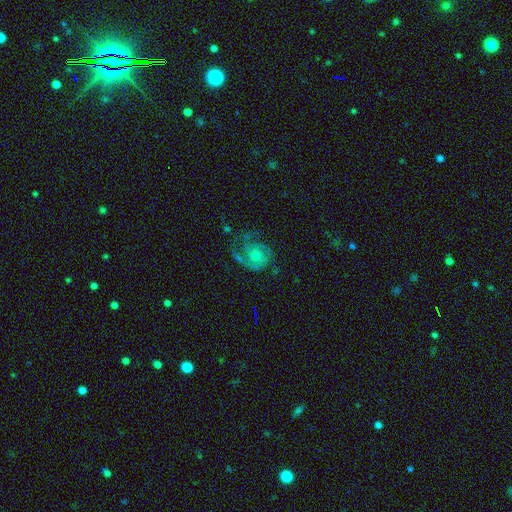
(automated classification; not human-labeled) Q: Smooth or featured?
A: featured or disk (85%); runner-up: smooth (8%)
Q: Edge-on disk?
A: no (98%); runner-up: yes (2%)
Q: Bar?
A: no (74%); runner-up: weak (23%)
Q: Spiral arms?
A: yes (97%); runner-up: no (3%)
Q: Spiral winding?
A: medium (44%); runner-up: tight (43%)
Q: Spiral arm count?
A: 2 (53%); runner-up: 3 (19%)
Q: Bulge size?
A: small (53%); runner-up: moderate (38%)
Q: Merging?
A: none (63%); runner-up: minor disturbance (19%)